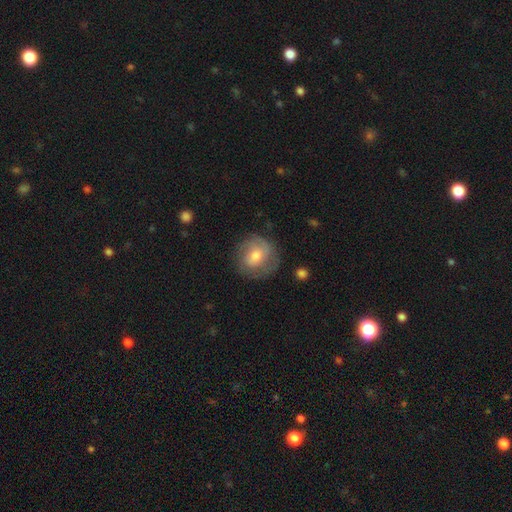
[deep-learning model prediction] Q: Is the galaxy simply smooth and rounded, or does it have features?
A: featured or disk — 50%.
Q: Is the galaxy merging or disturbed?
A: none — 73%.